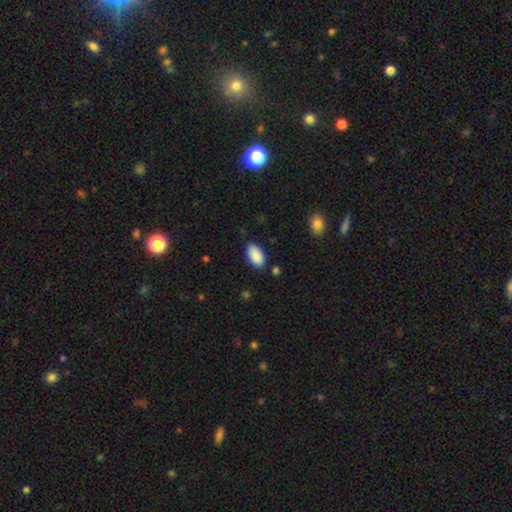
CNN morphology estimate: This appears to be a smooth galaxy with no disk features (89%) that is in between round and cigar-shaped (95%). Merging: none (82%).